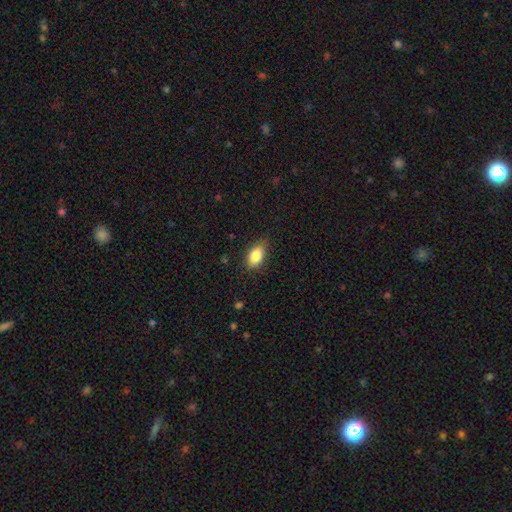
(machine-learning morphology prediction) smooth 84%, featured or disk 8%, star or artifact 8%. Down the decision tree: how rounded — in between (89%); merging — none (79%).